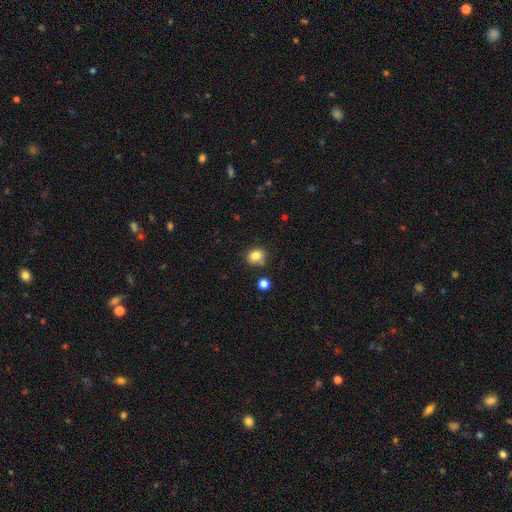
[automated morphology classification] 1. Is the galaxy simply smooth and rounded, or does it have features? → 82% smooth, 11% star or artifact, 7% featured or disk.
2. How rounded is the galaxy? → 69% round, 30% in between, 1% cigar-shaped.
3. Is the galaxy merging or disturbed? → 68% none, 18% minor disturbance, 9% merger, 4% major disturbance.